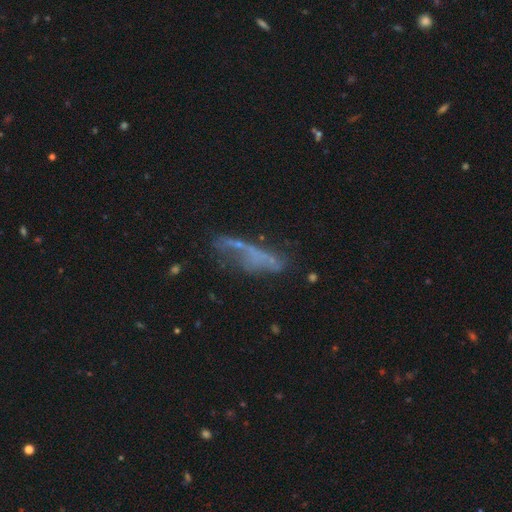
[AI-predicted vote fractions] The model was most divided on "smooth or featured": featured or disk: 46%, smooth: 37%, star or artifact: 17%. Remaining: merging — none (41%).